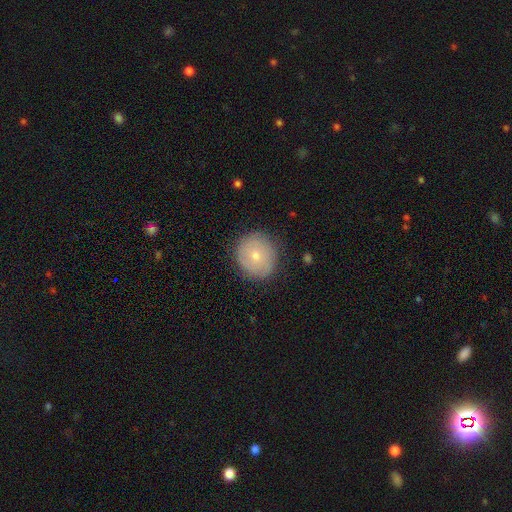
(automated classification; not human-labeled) smooth-or-featured: smooth: 61% | featured or disk: 31% | star or artifact: 8%
  how-rounded: round: 88% | in between: 11% | cigar-shaped: 1%
  merging: none: 82% | minor disturbance: 13% | major disturbance: 4% | merger: 1%